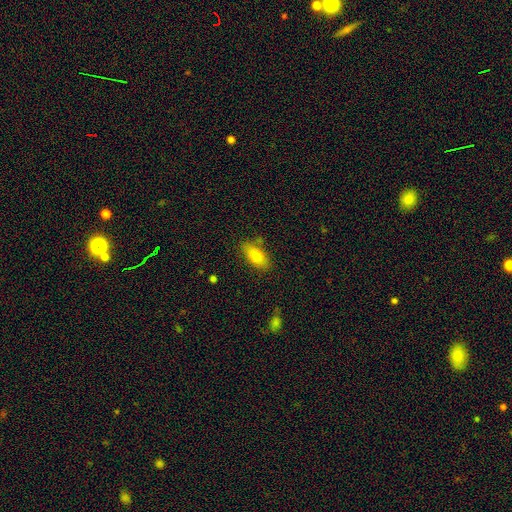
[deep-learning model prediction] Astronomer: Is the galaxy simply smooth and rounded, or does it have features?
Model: smooth — 80%.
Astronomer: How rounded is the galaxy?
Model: in between — 87%.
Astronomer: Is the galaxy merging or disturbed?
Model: none — 76%.